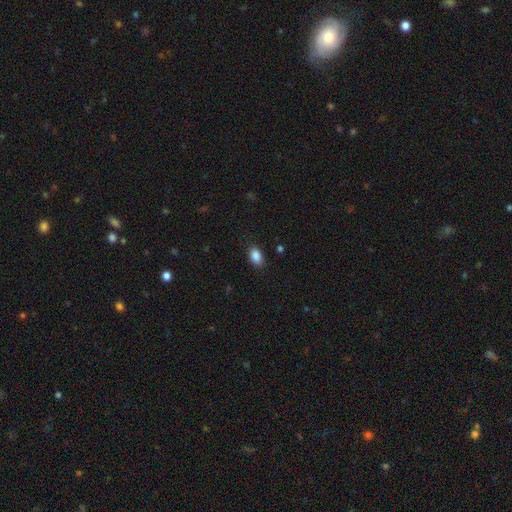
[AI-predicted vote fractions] The model was most divided on "merging": none: 85%, minor disturbance: 11%, major disturbance: 3%, merger: 1%. More confident: how rounded — in between (89%); smooth or featured — smooth (88%).